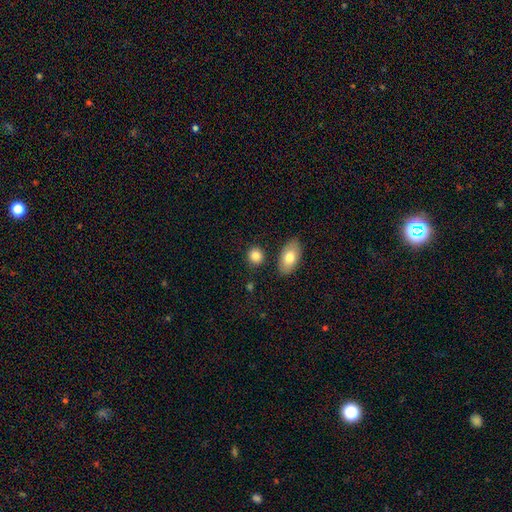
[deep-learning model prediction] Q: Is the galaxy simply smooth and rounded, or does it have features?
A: smooth — 84%.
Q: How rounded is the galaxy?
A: round — 61%.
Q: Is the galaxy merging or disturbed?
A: none — 81%.